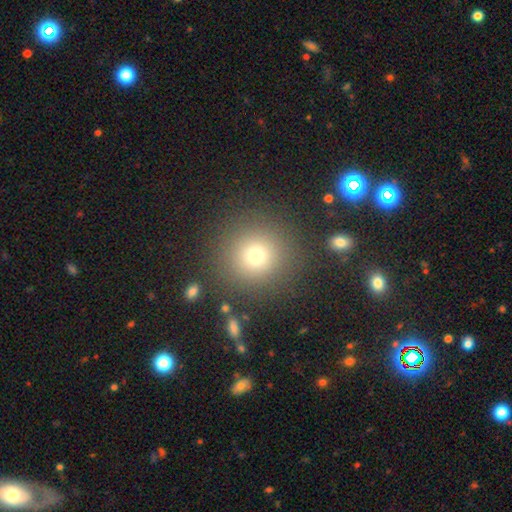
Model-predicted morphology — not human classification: smooth-or-featured: smooth: 74% | star or artifact: 17% | featured or disk: 9%
  how-rounded: round: 94% | in between: 5% | cigar-shaped: 1%
  merging: none: 88% | minor disturbance: 6% | major disturbance: 3% | merger: 3%